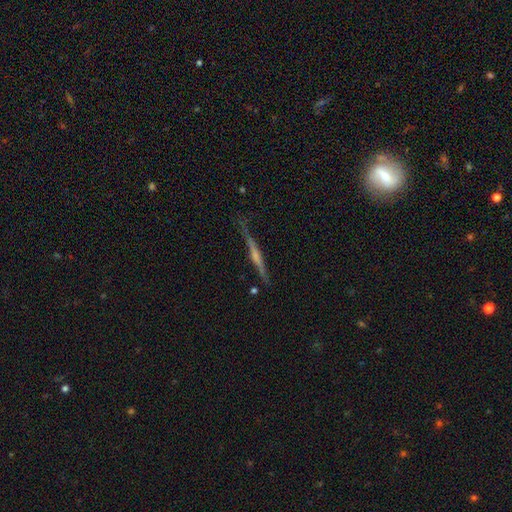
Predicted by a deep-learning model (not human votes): This is likely a featured or disk galaxy (73%). It is clearly viewed edge-on (97%). Edge-on bulge: possibly rounded (51%). Merging: likely none (79%).